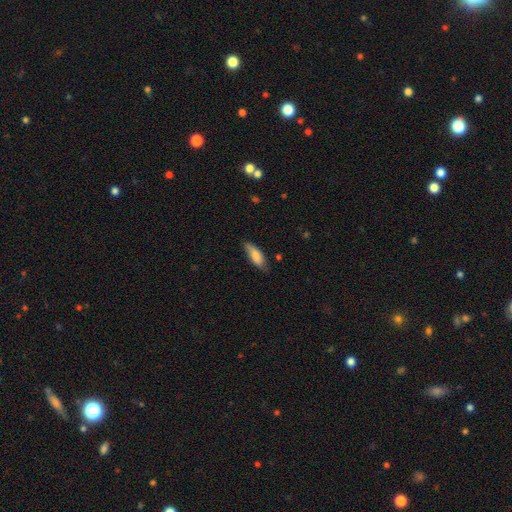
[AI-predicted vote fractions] This appears to be a smooth galaxy with no disk features (81%) that is in between round and cigar-shaped (66%). Merging: none (68%).